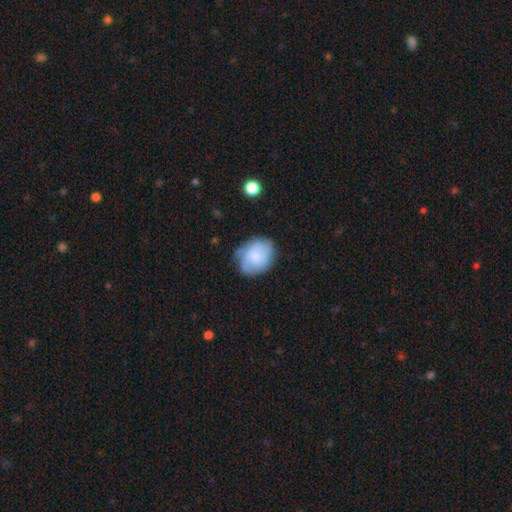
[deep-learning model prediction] This appears to be a smooth galaxy with no disk features (59%) that is in between round and cigar-shaped (53%). Merging: none (60%).